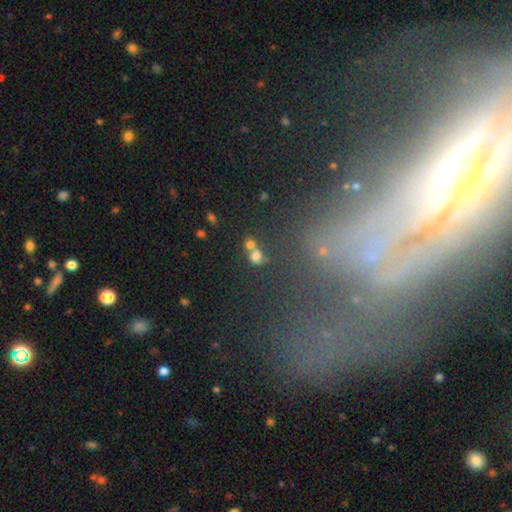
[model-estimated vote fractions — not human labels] This is likely a smooth galaxy (70%). How rounded: likely round (64%). Merging: possibly merger (53%).